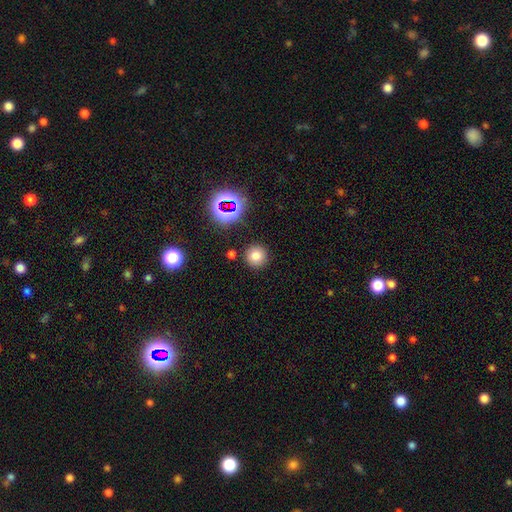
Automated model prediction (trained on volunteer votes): A smooth galaxy with no disk features (76%) that is round (94%).

Vote fractions:
- Smooth or featured? smooth: 76% / star or artifact: 17% / featured or disk: 7%
- How rounded? round: 94% / in between: 5% / cigar-shaped: 1%
- Merging? none: 88% / minor disturbance: 6% / merger: 3% / major disturbance: 2%